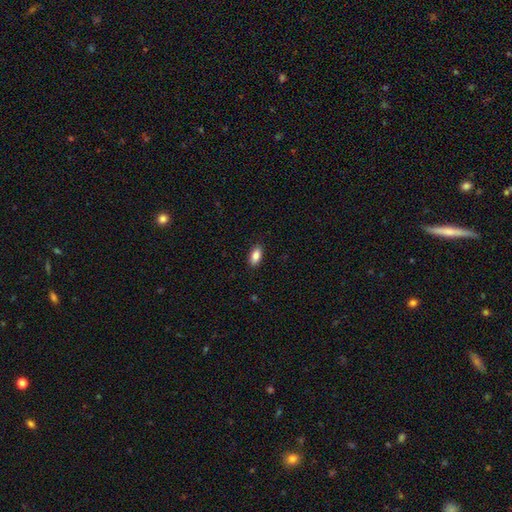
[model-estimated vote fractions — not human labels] A smooth galaxy with no disk features (87%) that is in between round and cigar-shaped (90%). Merging: none (89%).